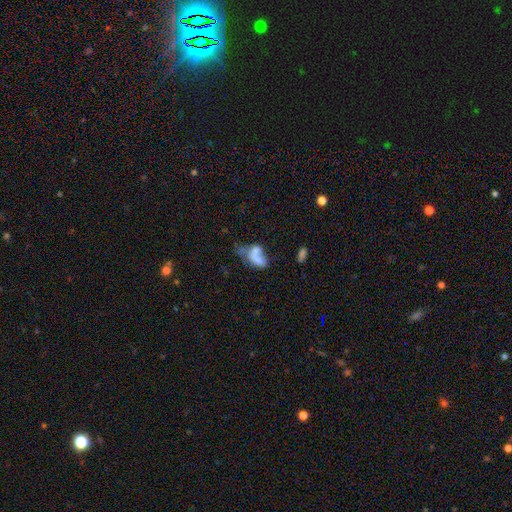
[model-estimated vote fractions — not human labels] A smooth galaxy with no disk features (59%) that is in between round and cigar-shaped (84%).

Vote fractions:
- Smooth or featured? smooth: 59% / featured or disk: 29% / star or artifact: 12%
- How rounded? in between: 84% / round: 12% / cigar-shaped: 4%
- Merging? merger: 50% / major disturbance: 20% / none: 17% / minor disturbance: 13%